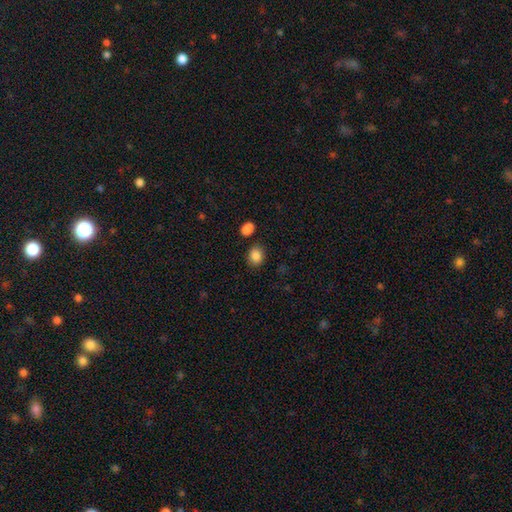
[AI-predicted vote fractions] Smooth or featured? smooth (86%)
How rounded? round (53%)
Merging? none (81%)